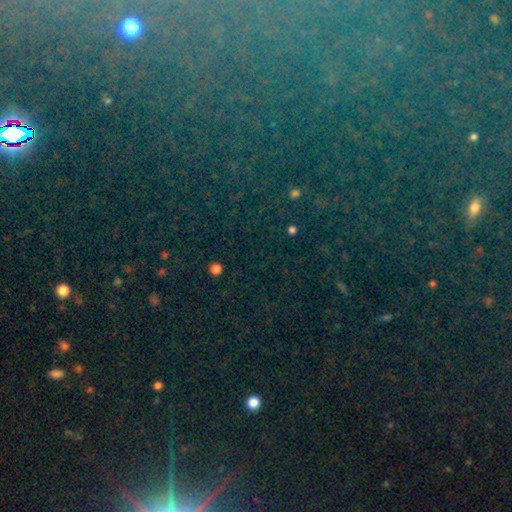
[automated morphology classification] Q: Smooth or featured?
A: star or artifact (81%); runner-up: smooth (11%)